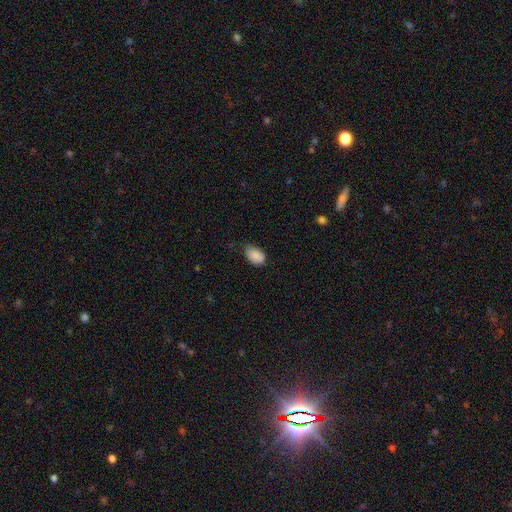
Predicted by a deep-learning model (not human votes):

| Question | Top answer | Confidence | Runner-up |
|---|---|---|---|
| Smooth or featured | smooth | 89% | star or artifact (7%) |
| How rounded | in between | 91% | round (8%) |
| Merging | none | 63% | minor disturbance (31%) |